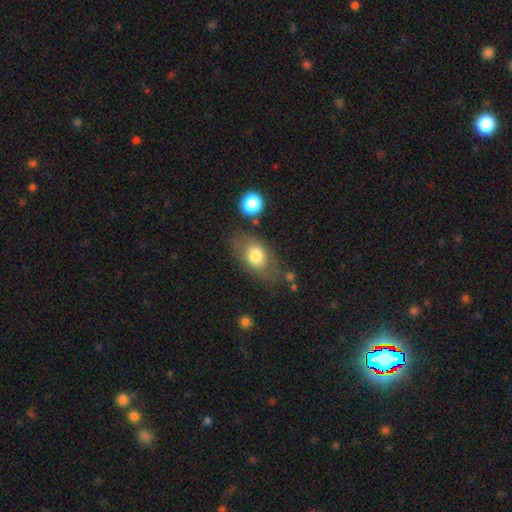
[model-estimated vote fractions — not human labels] Smooth or featured? smooth (71%)
How rounded? in between (83%)
Merging? none (67%)